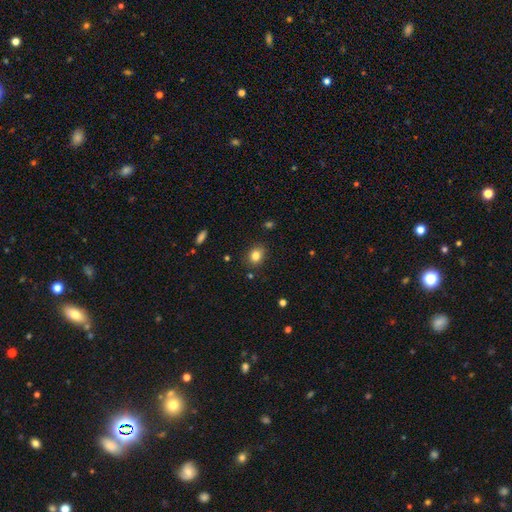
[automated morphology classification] smooth-or-featured: smooth: 82% | star or artifact: 11% | featured or disk: 7%
  how-rounded: round: 54% | in between: 45% | cigar-shaped: 1%
  merging: none: 83% | minor disturbance: 12% | major disturbance: 3% | merger: 2%